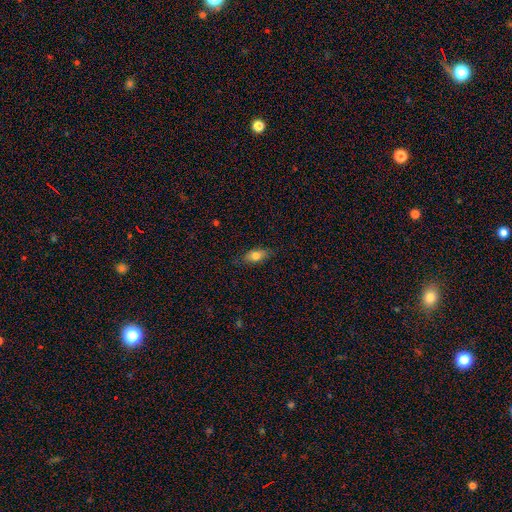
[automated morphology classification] A smooth galaxy with no disk features (77%) that is in between round and cigar-shaped (84%). Merging: none (82%).